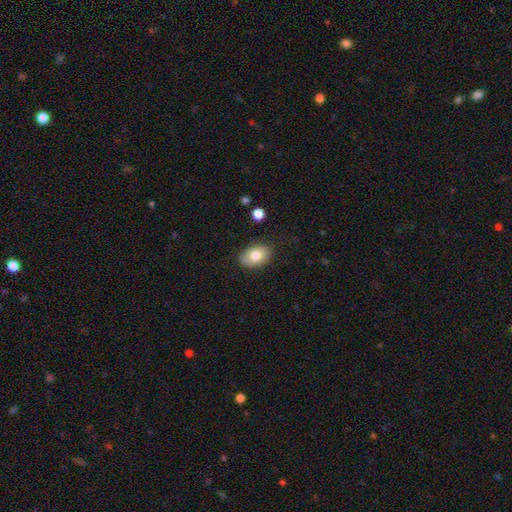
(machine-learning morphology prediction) smooth 79%, featured or disk 14%, star or artifact 8%. Down the decision tree: how rounded — in between (83%); merging — none (83%).